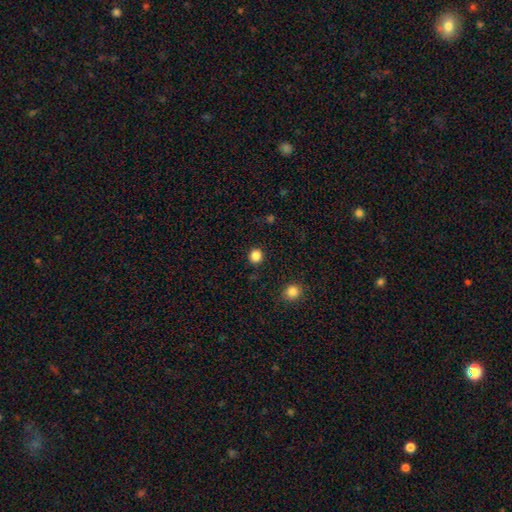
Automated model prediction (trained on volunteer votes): This is clearly a smooth galaxy (85%). How rounded: clearly round (91%). Merging: clearly none (91%).